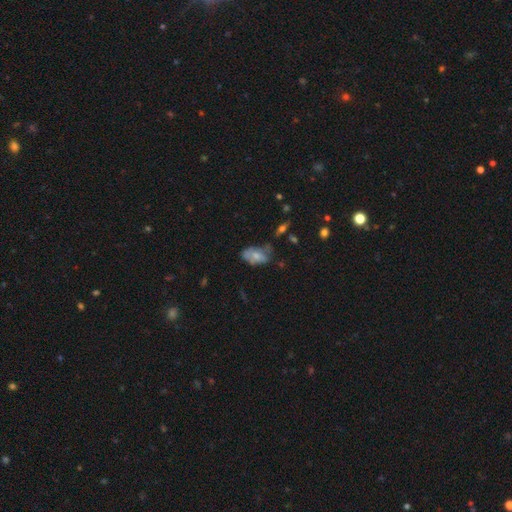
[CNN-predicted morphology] This is possibly a smooth galaxy (58%). How rounded: clearly in between (91%). Merging: marginally none (38%).